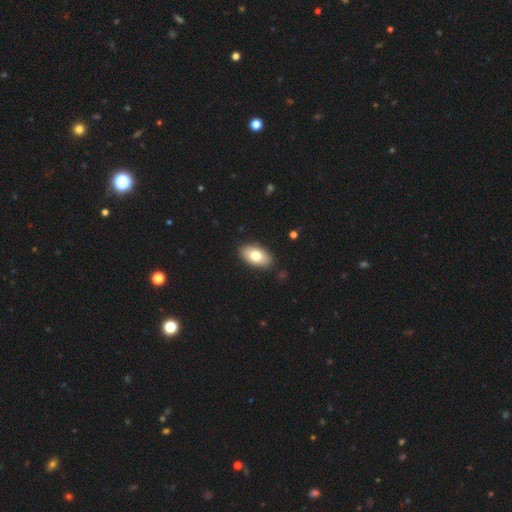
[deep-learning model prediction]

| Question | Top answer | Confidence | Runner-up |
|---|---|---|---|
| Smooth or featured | smooth | 76% | featured or disk (18%) |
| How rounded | in between | 93% | round (5%) |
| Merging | none | 88% | minor disturbance (8%) |